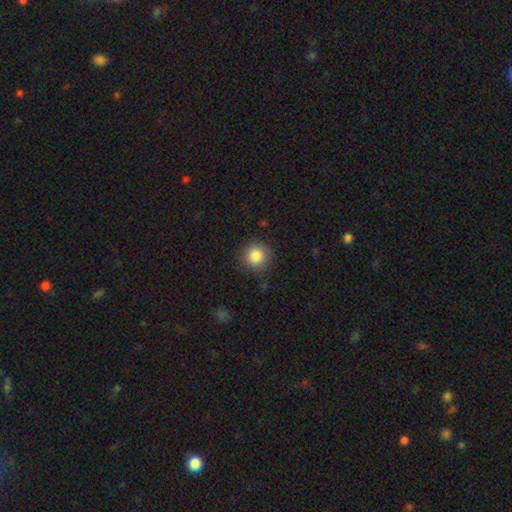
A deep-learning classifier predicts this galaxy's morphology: smooth-or-featured: smooth: 86% | star or artifact: 9% | featured or disk: 5%
  how-rounded: round: 94% | in between: 5% | cigar-shaped: 1%
  merging: none: 86% | minor disturbance: 10% | major disturbance: 3% | merger: 1%